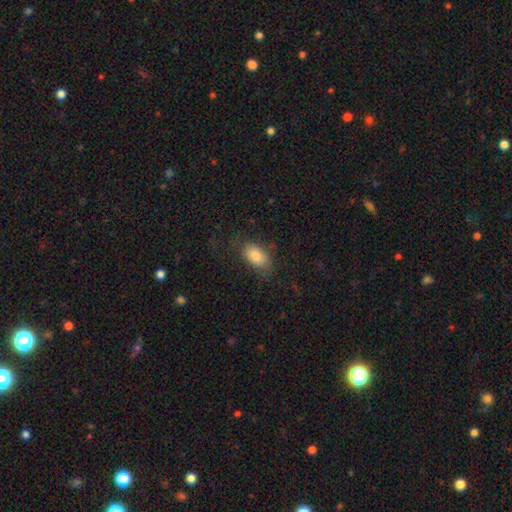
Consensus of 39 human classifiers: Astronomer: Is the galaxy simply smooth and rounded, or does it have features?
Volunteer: smooth — 85%.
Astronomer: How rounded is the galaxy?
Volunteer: in between — 97%.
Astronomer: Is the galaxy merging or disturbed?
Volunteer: none — 84%.